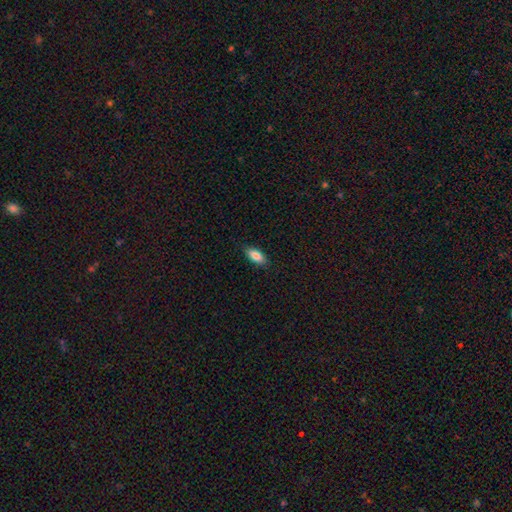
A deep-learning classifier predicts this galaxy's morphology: A smooth galaxy with no disk features (86%) that is in between round and cigar-shaped (88%). Merging: none (87%).